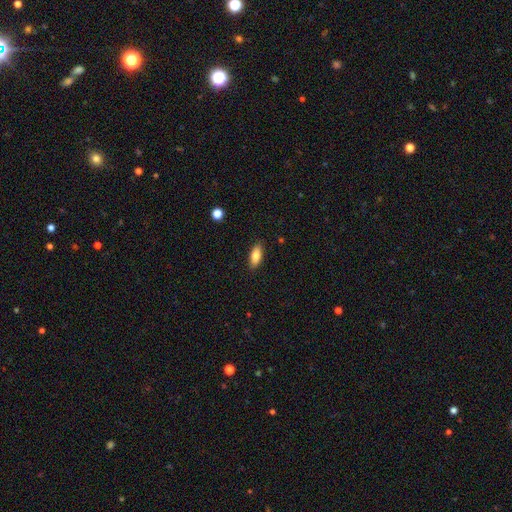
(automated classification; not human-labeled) Q: Smooth or featured?
A: smooth (81%); runner-up: featured or disk (12%)
Q: How rounded?
A: in between (81%); runner-up: cigar-shaped (16%)
Q: Merging?
A: none (88%); runner-up: minor disturbance (9%)